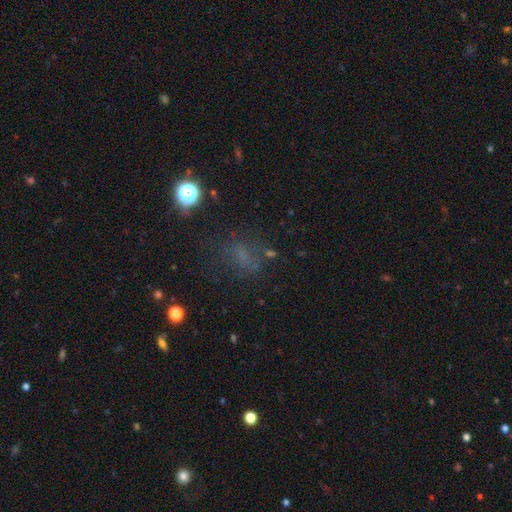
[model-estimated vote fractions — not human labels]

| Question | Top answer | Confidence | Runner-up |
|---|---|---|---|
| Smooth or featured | smooth | 45% | star or artifact (35%) |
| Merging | none | 57% | major disturbance (19%) |